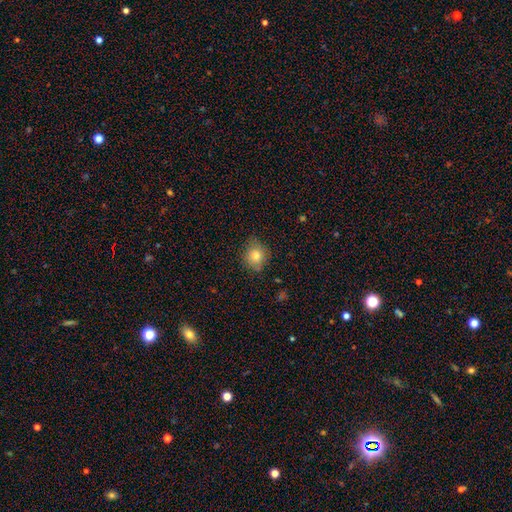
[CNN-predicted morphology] Overall: smooth (80%). How rounded: round (78%). Merging: none (78%).